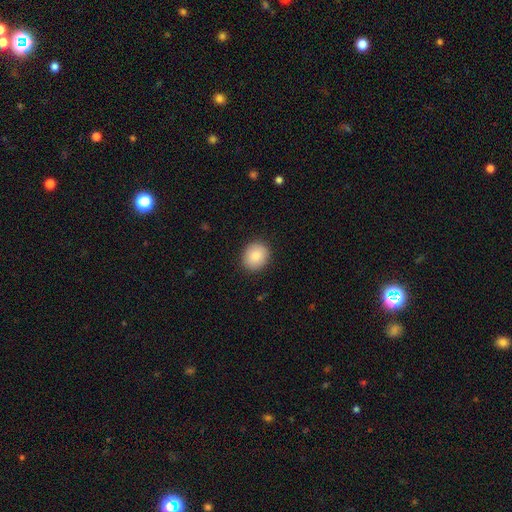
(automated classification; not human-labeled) Smooth or featured?
  - smooth: 87% *
  - star or artifact: 8%
  - featured or disk: 6%
How rounded?
  - round: 73% *
  - in between: 26%
  - cigar-shaped: 1%
Merging?
  - none: 90% *
  - minor disturbance: 7%
  - major disturbance: 2%
  - merger: 1%